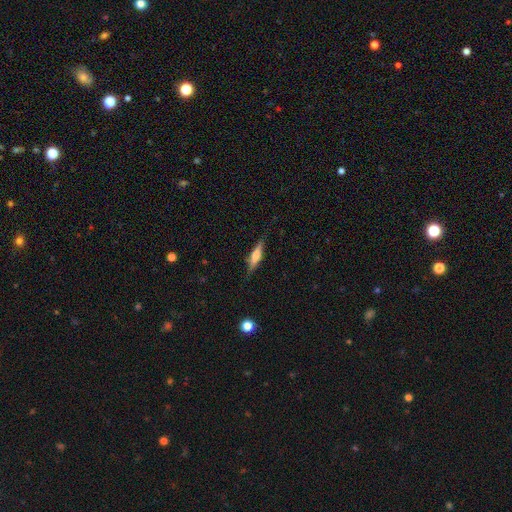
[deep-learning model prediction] Overall: featured or disk (52%; smooth 41%). Edge-on disk: yes (95%). Merging: none (83%).